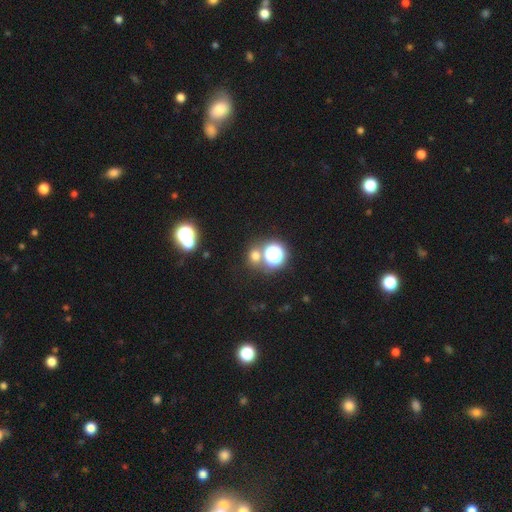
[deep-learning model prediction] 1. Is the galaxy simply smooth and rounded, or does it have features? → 60% smooth, 33% star or artifact, 7% featured or disk.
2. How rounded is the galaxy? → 82% round, 16% in between, 1% cigar-shaped.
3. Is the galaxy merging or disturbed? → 71% none, 16% merger, 8% minor disturbance, 4% major disturbance.